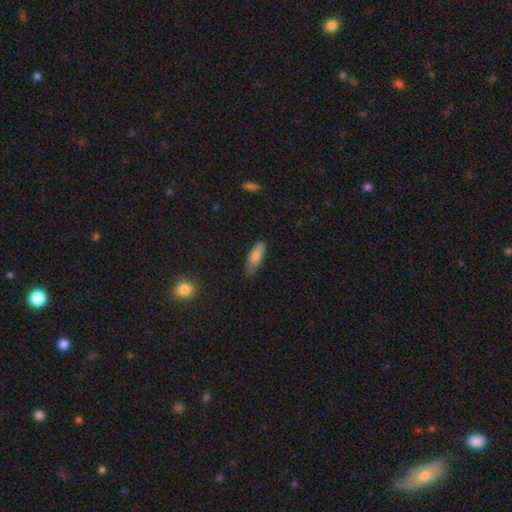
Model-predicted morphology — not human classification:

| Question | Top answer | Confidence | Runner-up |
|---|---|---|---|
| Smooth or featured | smooth | 77% | featured or disk (16%) |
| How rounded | in between | 64% | cigar-shaped (34%) |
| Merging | none | 74% | minor disturbance (21%) |